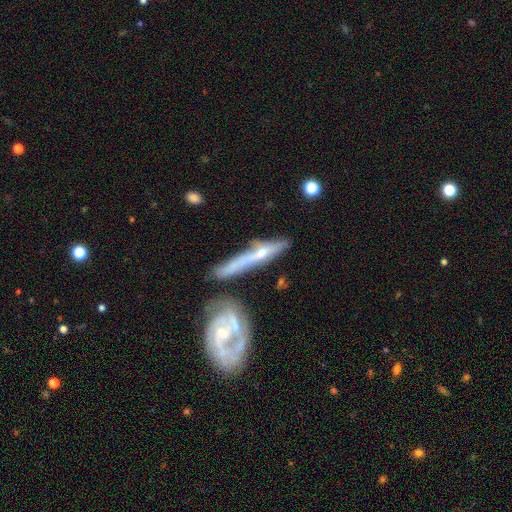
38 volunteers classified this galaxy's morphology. Smooth or featured: featured or disk — 71% (smooth — 21%)
Edge-on disk: yes — 70% (no — 30%)
Edge-on bulge: rounded — 74% (none — 21%)
Merging: none — 46% (merger — 26%)